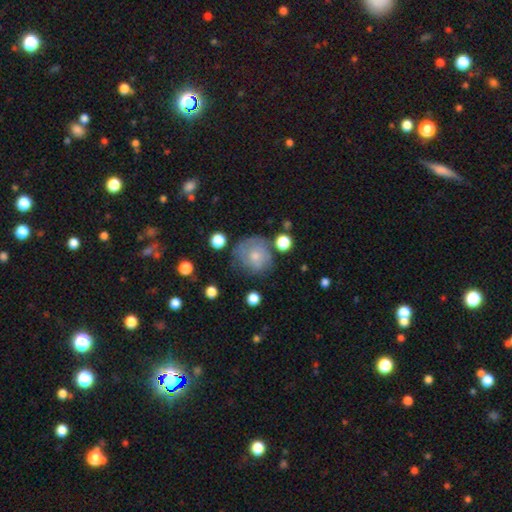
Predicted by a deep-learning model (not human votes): smooth 59%, featured or disk 32%, star or artifact 9%. Down the decision tree: how rounded — round (81%); merging — none (55%).